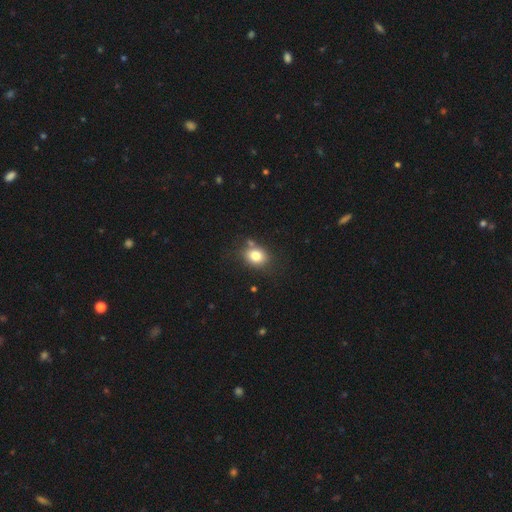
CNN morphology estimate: type=smooth (80%); roundness=in between (52%); merging=none (70%).